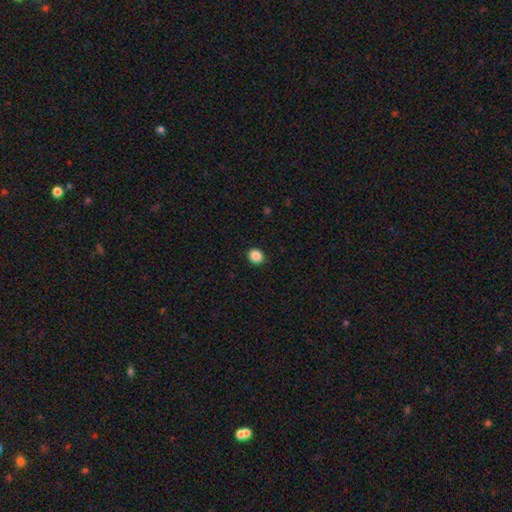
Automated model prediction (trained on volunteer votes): Smooth or featured: smooth — 87% (star or artifact — 10%)
How rounded: round — 80% (in between — 19%)
Merging: none — 92% (minor disturbance — 5%)